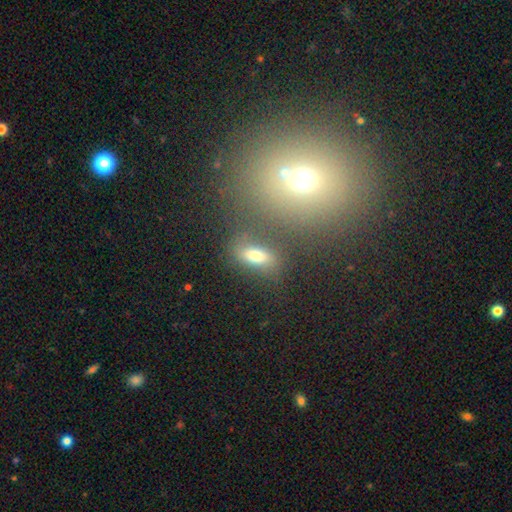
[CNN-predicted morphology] smooth_or_featured: smooth (p=0.69) [alt: star or artifact p=0.17]
how_rounded: in between (p=0.77) [alt: cigar-shaped p=0.12]
merging: none (p=0.68) [alt: minor disturbance p=0.14]